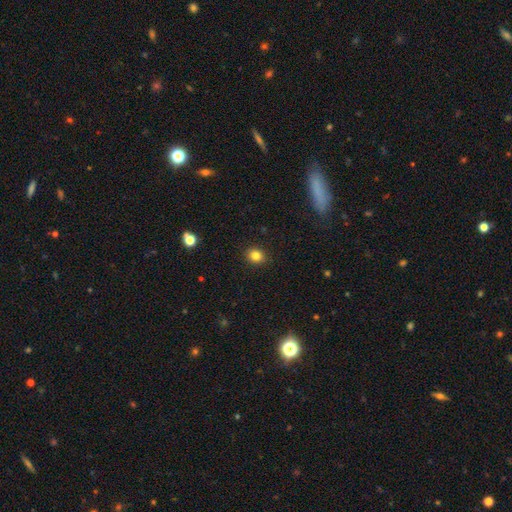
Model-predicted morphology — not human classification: Q: Smooth or featured?
A: smooth (83%); runner-up: star or artifact (12%)
Q: How rounded?
A: round (64%); runner-up: in between (36%)
Q: Merging?
A: none (90%); runner-up: minor disturbance (7%)